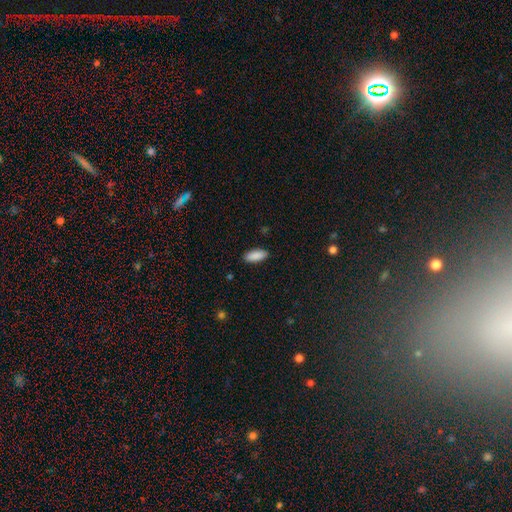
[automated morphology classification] smooth_or_featured: smooth (p=0.90) [alt: star or artifact p=0.06]
how_rounded: in between (p=0.81) [alt: cigar-shaped p=0.17]
merging: none (p=0.89) [alt: minor disturbance p=0.08]